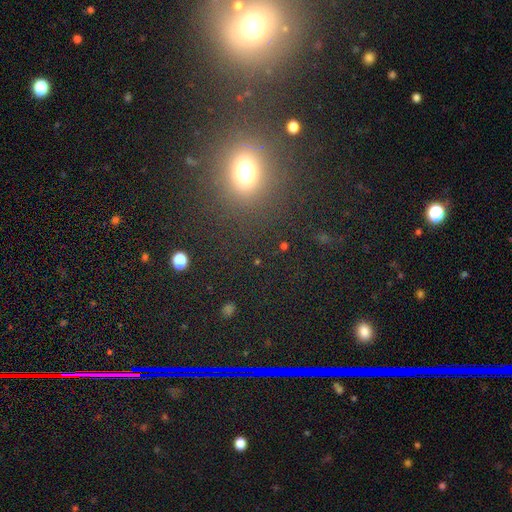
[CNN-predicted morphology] smooth_or_featured: smooth (p=0.50) [alt: star or artifact p=0.38]
how_rounded: in between (p=0.49) [alt: round p=0.47]
merging: none (p=0.83) [alt: minor disturbance p=0.07]